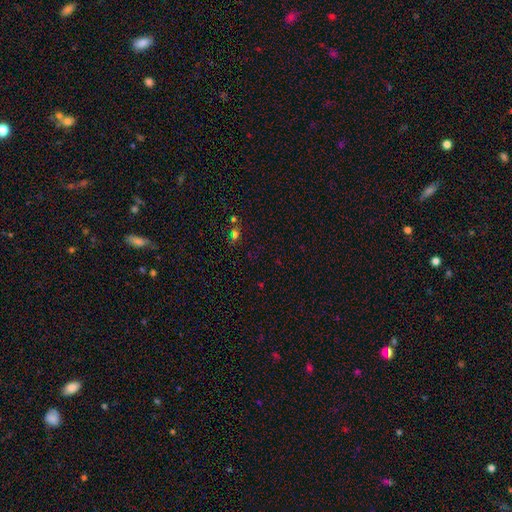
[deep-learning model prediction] A star or artifact, not a galaxy (58%).

Vote fractions:
- Smooth or featured? star or artifact: 58% / smooth: 33% / featured or disk: 10%